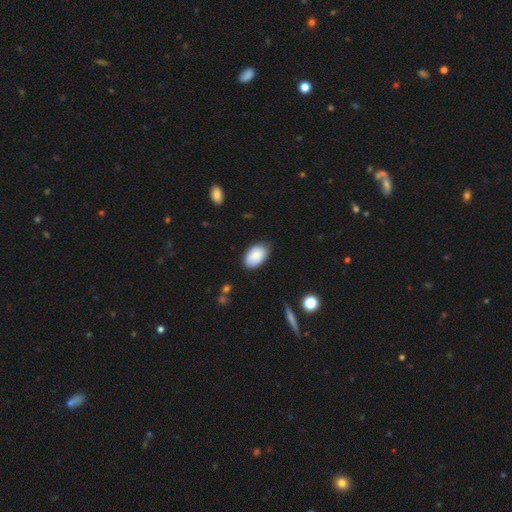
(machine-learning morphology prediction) Smooth or featured? Predicted: smooth (p=0.83). How rounded? Predicted: in between (p=0.93). Merging? Predicted: none (p=0.76).